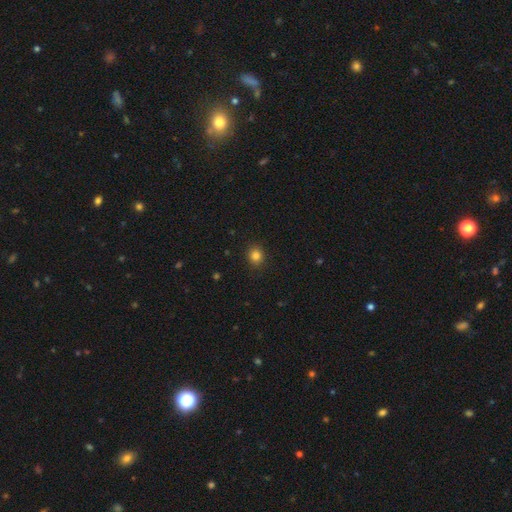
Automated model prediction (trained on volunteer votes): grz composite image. It shows a smooth galaxy with no disk features (84%) that is round (75%). Merging: none (90%).